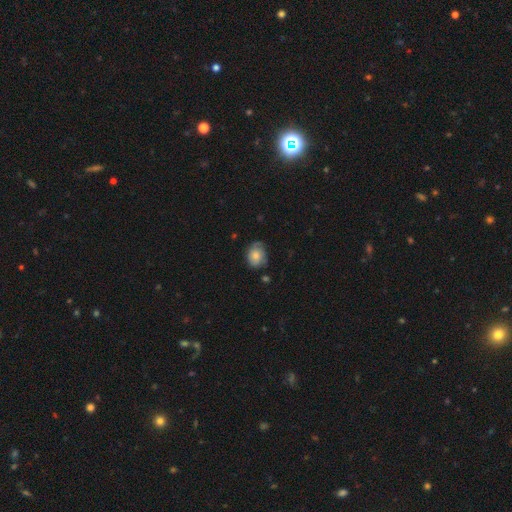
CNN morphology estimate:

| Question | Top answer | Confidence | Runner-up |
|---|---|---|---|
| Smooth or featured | smooth | 68% | featured or disk (24%) |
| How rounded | round | 51% | in between (48%) |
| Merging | none | 64% | minor disturbance (28%) |